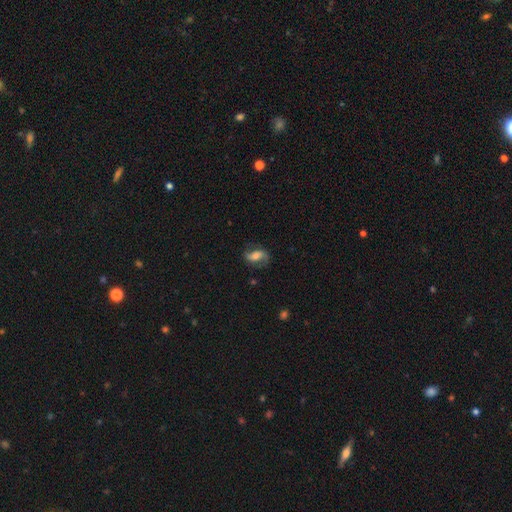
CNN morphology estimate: Overall: featured or disk (69%). Edge-on disk: no (96%). Bar: no (37%; weak 36%). Spiral arms: yes (92%). Spiral arm count: 2 (88%). Spiral winding: loose (48%; medium 38%). Bulge size: moderate (52%; small 27%). Merging: none (72%).